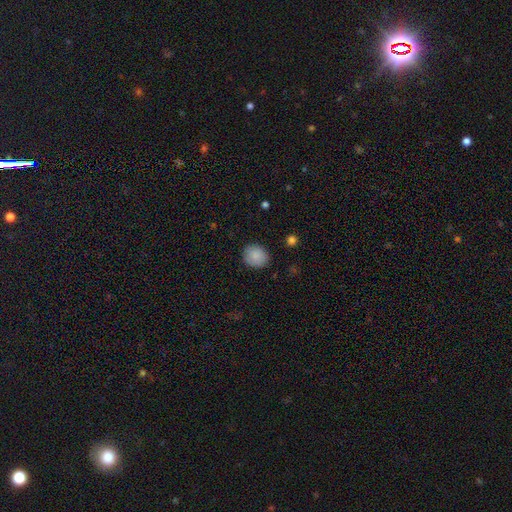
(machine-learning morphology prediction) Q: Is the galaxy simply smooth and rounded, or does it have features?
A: smooth — 88%.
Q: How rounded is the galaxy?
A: round — 72%.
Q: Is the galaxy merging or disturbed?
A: none — 87%.